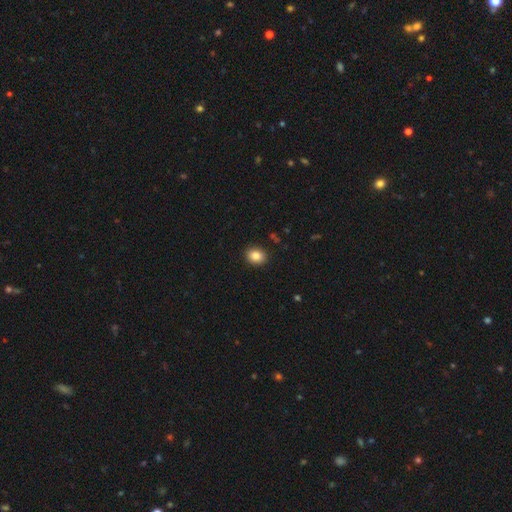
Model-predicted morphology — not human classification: This is clearly a smooth galaxy (86%). How rounded: possibly round (54%). Merging: clearly none (90%).